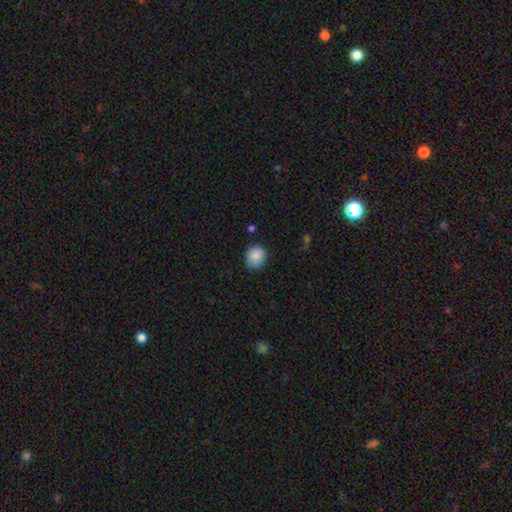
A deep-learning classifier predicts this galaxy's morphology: Overall: smooth (88%). How rounded: round (81%). Merging: none (83%).